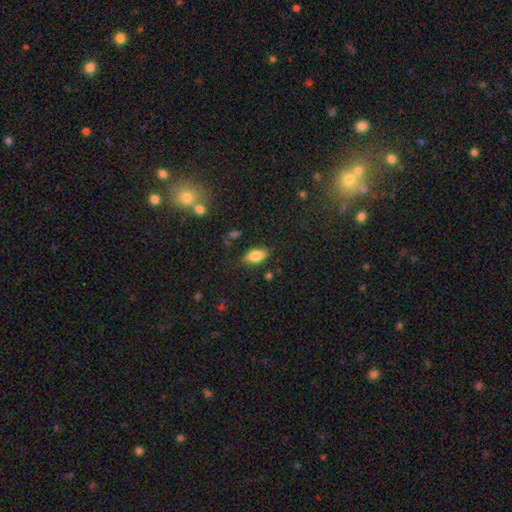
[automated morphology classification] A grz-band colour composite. It shows a smooth galaxy with no disk features (80%) that is in between round and cigar-shaped (89%). Merging: none (79%).